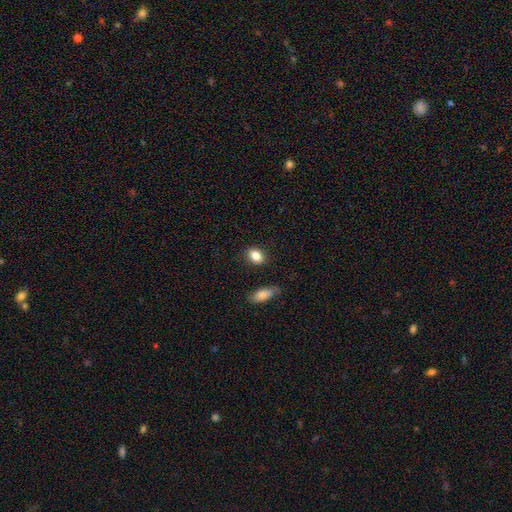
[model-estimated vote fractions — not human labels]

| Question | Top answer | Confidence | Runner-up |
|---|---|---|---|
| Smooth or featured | smooth | 85% | star or artifact (9%) |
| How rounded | in between | 72% | round (27%) |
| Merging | none | 85% | minor disturbance (10%) |